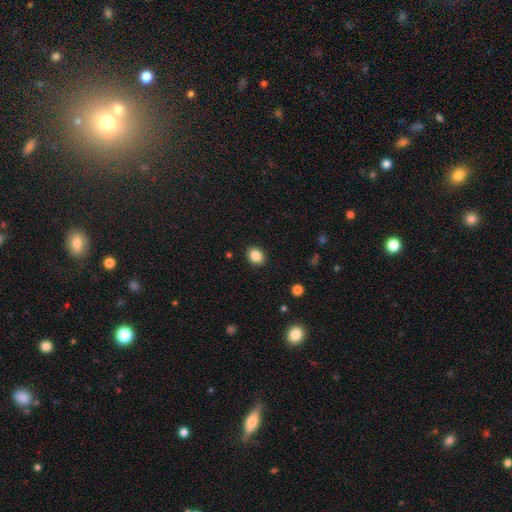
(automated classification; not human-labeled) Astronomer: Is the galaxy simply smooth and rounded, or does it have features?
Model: smooth — 86%.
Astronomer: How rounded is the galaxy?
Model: in between — 52% (runner-up: round, 47%).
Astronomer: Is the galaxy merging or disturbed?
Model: none — 91%.